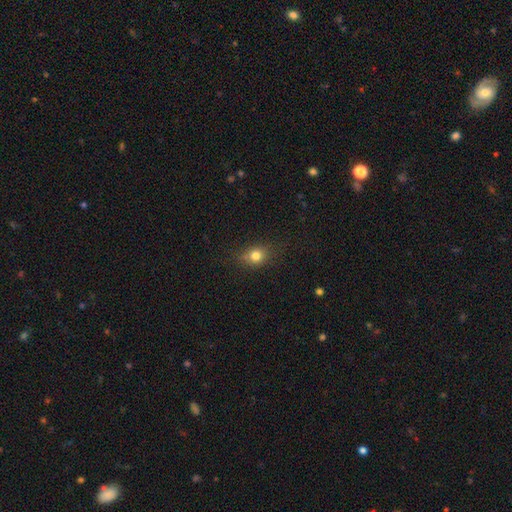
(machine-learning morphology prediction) This appears to be a smooth galaxy with no disk features (76%) that is round (62%). Merging: none (75%).